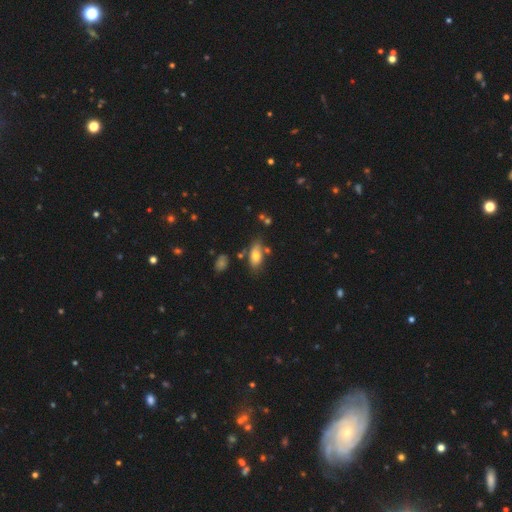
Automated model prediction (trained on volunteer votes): Morphology: type=smooth (73%); roundness=in between (87%); merging=none (65%).